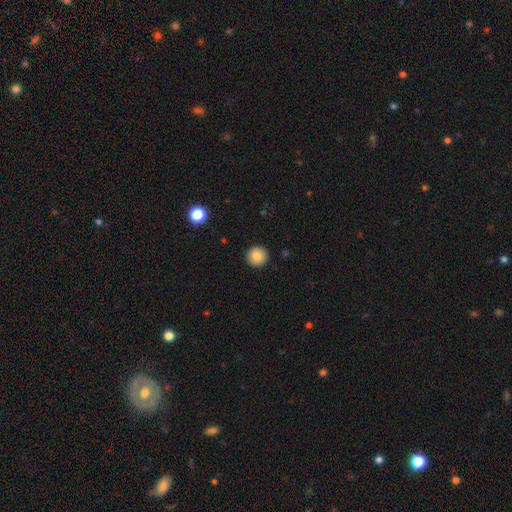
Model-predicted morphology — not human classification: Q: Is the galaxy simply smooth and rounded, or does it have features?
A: smooth — 84%.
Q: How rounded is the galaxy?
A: round — 95%.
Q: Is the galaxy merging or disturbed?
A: none — 92%.